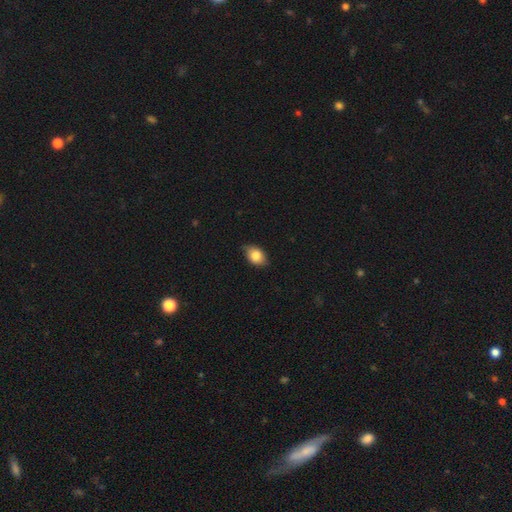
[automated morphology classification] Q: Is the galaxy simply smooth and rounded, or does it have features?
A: smooth — 81%.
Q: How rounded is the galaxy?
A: in between — 83%.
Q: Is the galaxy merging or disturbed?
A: none — 79%.